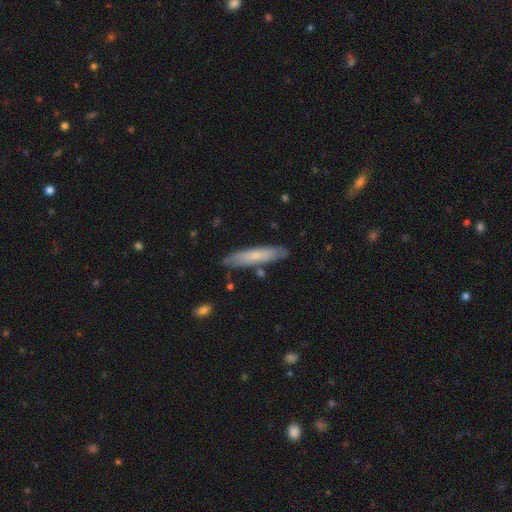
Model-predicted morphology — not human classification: Smooth or featured: smooth — 65% (featured or disk — 29%)
How rounded: cigar-shaped — 85% (in between — 14%)
Merging: none — 82% (minor disturbance — 13%)